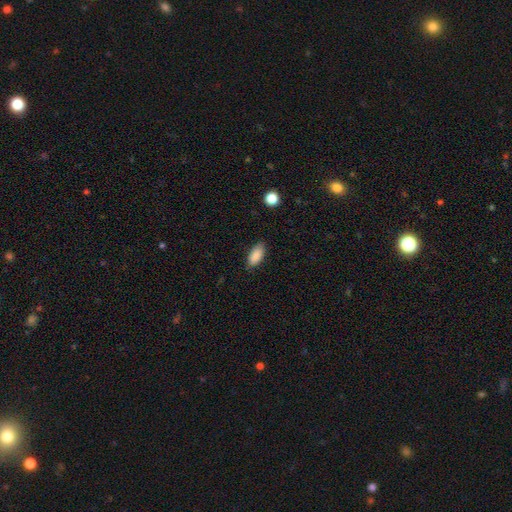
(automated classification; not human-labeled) Smooth or featured: smooth — 89% (star or artifact — 7%)
How rounded: in between — 90% (cigar-shaped — 8%)
Merging: none — 83% (minor disturbance — 13%)